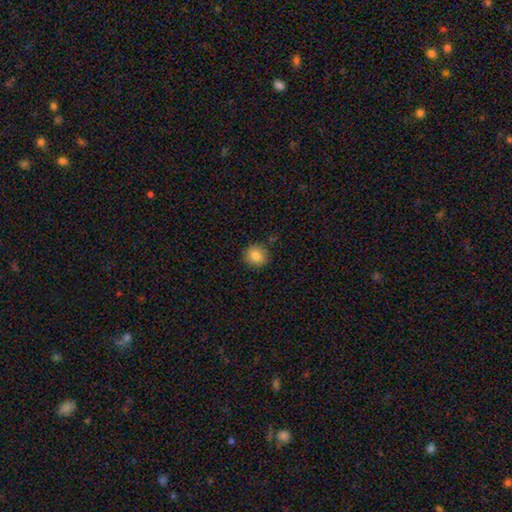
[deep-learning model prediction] smooth-or-featured: smooth: 84% | star or artifact: 10% | featured or disk: 7%
  how-rounded: round: 90% | in between: 9% | cigar-shaped: 1%
  merging: none: 87% | minor disturbance: 9% | major disturbance: 2% | merger: 2%